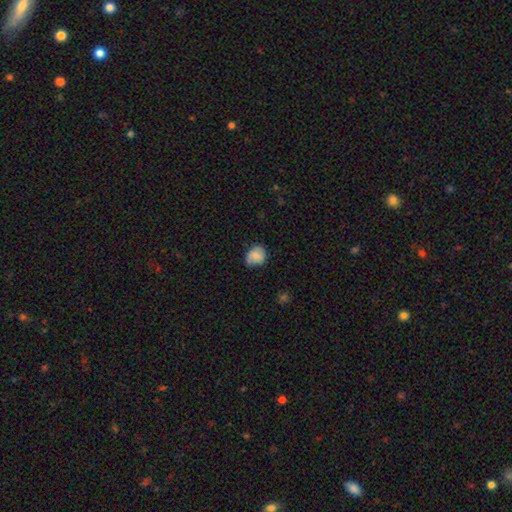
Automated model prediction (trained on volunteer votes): Q: Smooth or featured?
A: smooth (77%); runner-up: featured or disk (15%)
Q: How rounded?
A: round (62%); runner-up: in between (37%)
Q: Merging?
A: none (59%); runner-up: minor disturbance (32%)